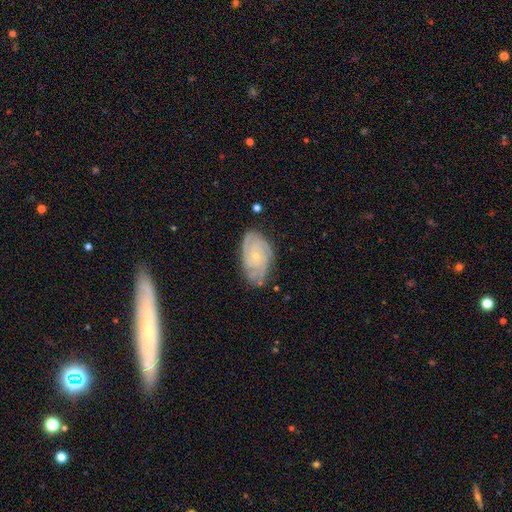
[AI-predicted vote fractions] smooth_or_featured: featured or disk (p=0.87) [alt: smooth p=0.08]
disk_edge_on: no (p=0.97) [alt: yes p=0.03]
bar: no (p=0.75) [alt: weak p=0.20]
has_spiral_arms: yes (p=0.98) [alt: no p=0.02]
spiral_winding: tight (p=0.75) [alt: medium p=0.22]
spiral_arm_count: 3 (p=0.31) [alt: 2 p=0.22]
bulge_size: small (p=0.78) [alt: moderate p=0.18]
merging: none (p=0.75) [alt: minor disturbance p=0.19]